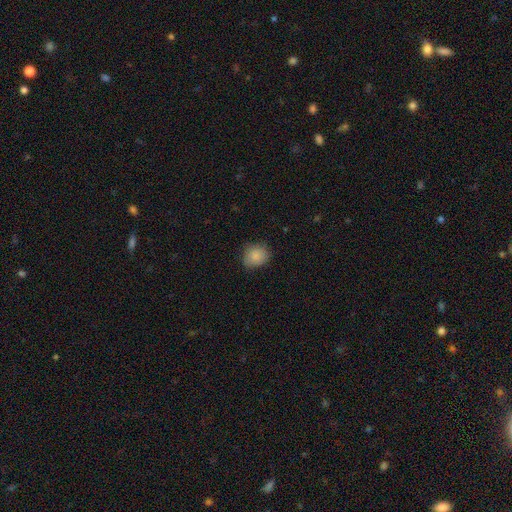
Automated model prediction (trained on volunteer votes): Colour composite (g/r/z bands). It shows a smooth galaxy with no disk features (86%) that is round (72%). Merging: none (72%).